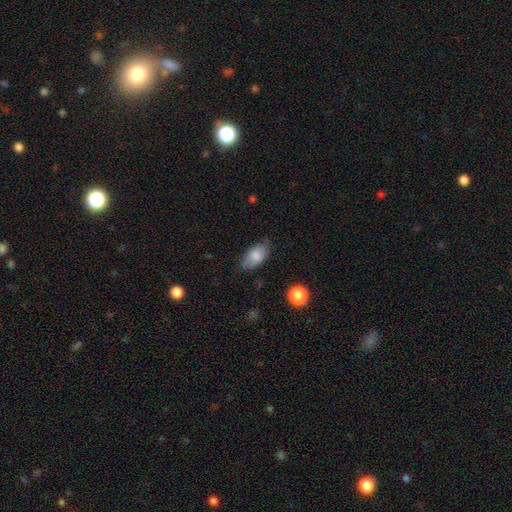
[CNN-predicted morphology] A smooth galaxy with no disk features (80%) that is in between round and cigar-shaped (92%). Merging: none (73%).